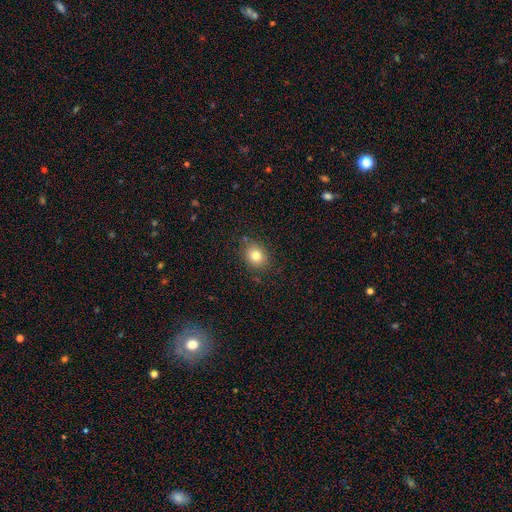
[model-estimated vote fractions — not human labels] Q: Smooth or featured?
A: smooth (80%); runner-up: star or artifact (11%)
Q: How rounded?
A: round (56%); runner-up: in between (43%)
Q: Merging?
A: none (84%); runner-up: minor disturbance (11%)